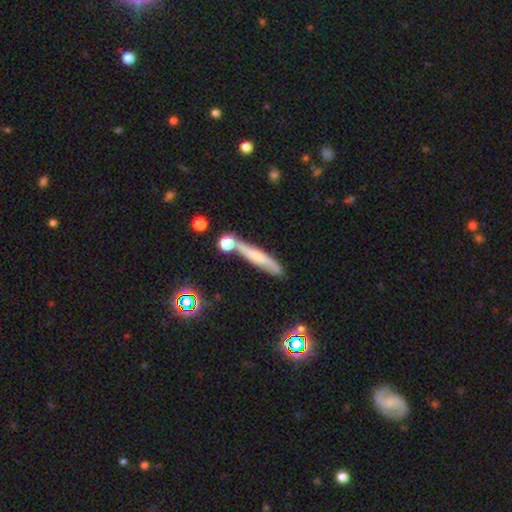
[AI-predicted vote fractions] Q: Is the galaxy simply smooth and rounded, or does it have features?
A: featured or disk — 45%.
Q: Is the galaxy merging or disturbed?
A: none — 67%.